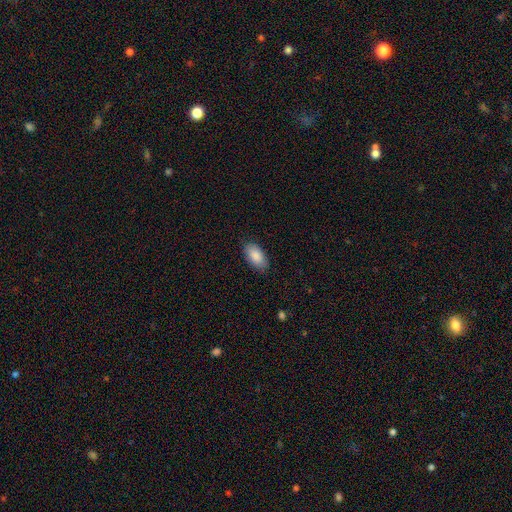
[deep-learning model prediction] The model was most divided on "merging": none: 86%, minor disturbance: 11%, major disturbance: 3%, merger: 1%. More confident: how rounded — in between (94%); smooth or featured — smooth (88%).